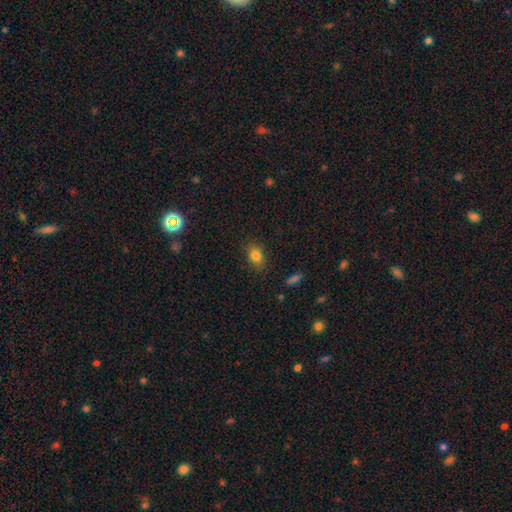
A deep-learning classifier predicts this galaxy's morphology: smooth-or-featured: smooth: 81% | star or artifact: 11% | featured or disk: 7%
  how-rounded: in between: 74% | round: 25% | cigar-shaped: 2%
  merging: none: 86% | minor disturbance: 10% | major disturbance: 3% | merger: 1%